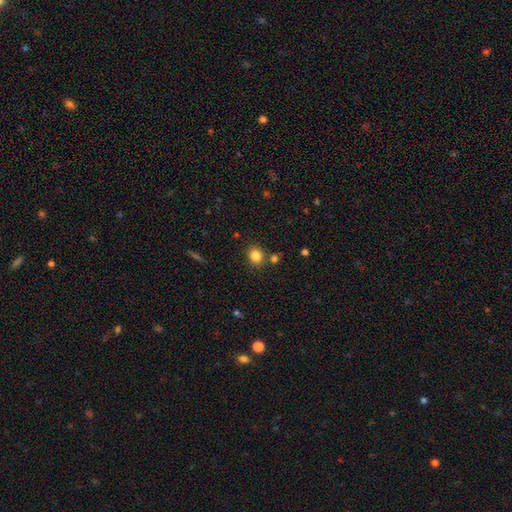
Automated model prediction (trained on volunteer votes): A smooth galaxy with no disk features (83%) that is round (74%). Merging: none (82%).